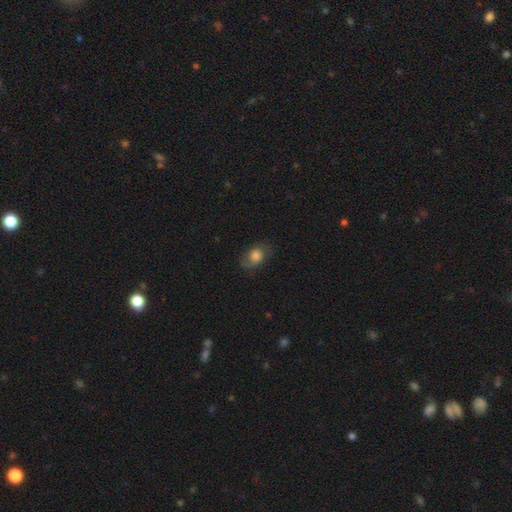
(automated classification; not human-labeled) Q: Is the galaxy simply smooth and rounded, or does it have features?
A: smooth — 67%.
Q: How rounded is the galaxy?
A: in between — 64%.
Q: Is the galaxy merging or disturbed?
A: none — 62%.